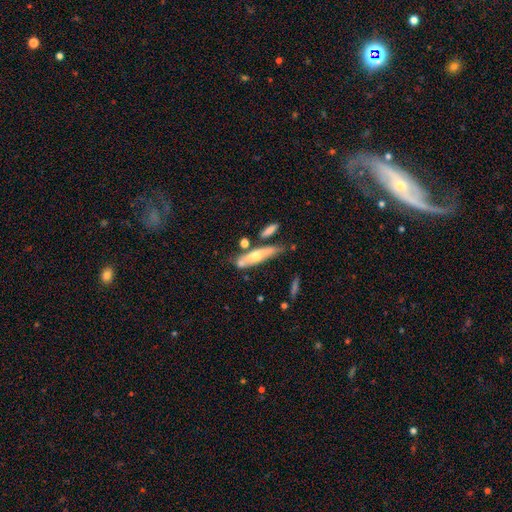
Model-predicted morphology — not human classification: The model was most divided on "smooth or featured": smooth: 50%, featured or disk: 44%, star or artifact: 7%. More confident: merging — none (55%).